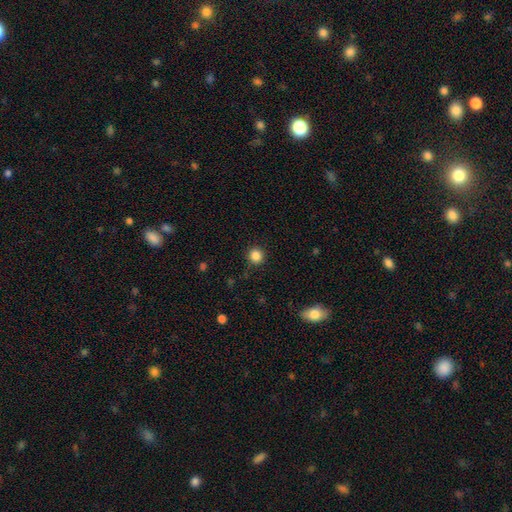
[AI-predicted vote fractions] Overall: smooth (85%). How rounded: round (93%). Merging: none (90%).